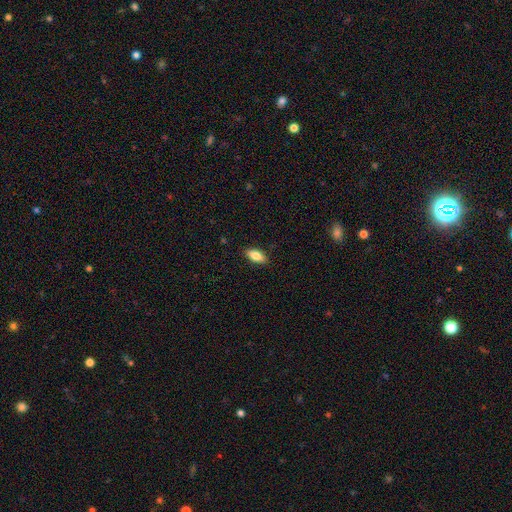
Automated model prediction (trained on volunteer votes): This appears to be a smooth galaxy with no disk features (82%) that is in between round and cigar-shaped (86%). Merging: none (88%).